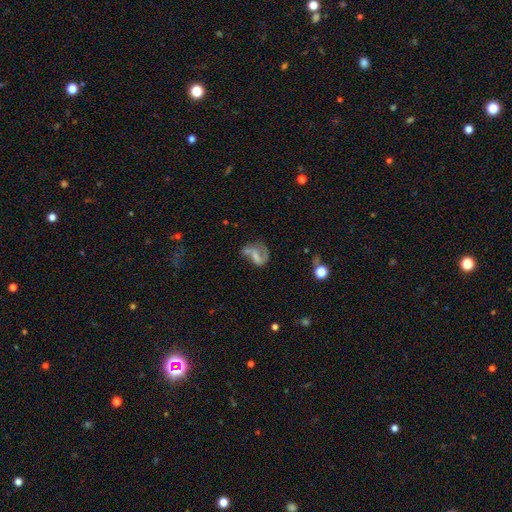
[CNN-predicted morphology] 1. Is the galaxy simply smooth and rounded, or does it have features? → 60% featured or disk, 29% smooth, 11% star or artifact.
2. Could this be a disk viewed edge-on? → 97% no, 3% yes.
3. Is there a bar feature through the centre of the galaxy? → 41% no, 39% weak, 21% strong.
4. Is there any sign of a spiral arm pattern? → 68% yes, 32% no.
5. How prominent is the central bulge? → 41% none, 32% small, 21% moderate, 4% large, 2% dominant.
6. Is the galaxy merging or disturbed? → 32% none, 30% major disturbance, 21% minor disturbance, 17% merger.